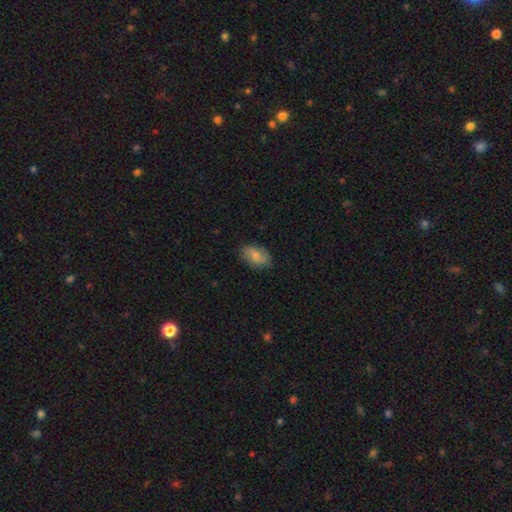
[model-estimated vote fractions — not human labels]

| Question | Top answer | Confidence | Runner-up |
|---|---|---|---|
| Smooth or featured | smooth | 74% | featured or disk (19%) |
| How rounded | in between | 90% | round (8%) |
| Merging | none | 79% | minor disturbance (16%) |